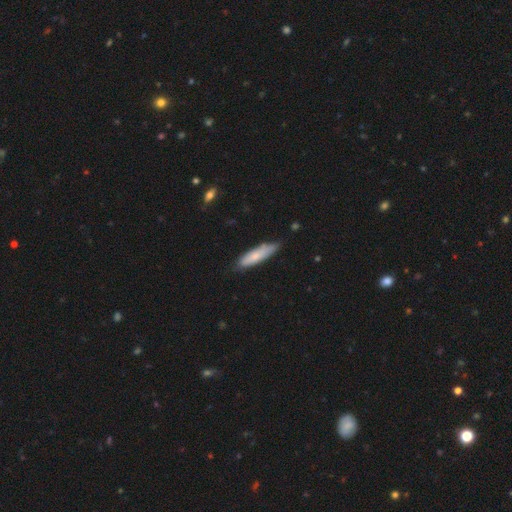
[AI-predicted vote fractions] This is likely a smooth galaxy (73%). How rounded: likely cigar-shaped (69%). Merging: likely none (73%).